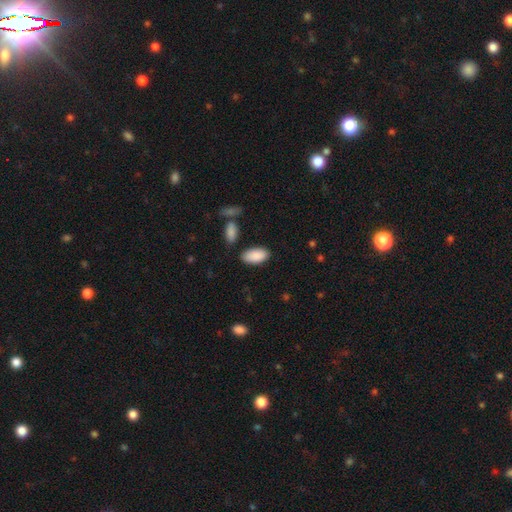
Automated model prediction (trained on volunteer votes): Smooth or featured? smooth (90%)
How rounded? in between (95%)
Merging? none (82%)